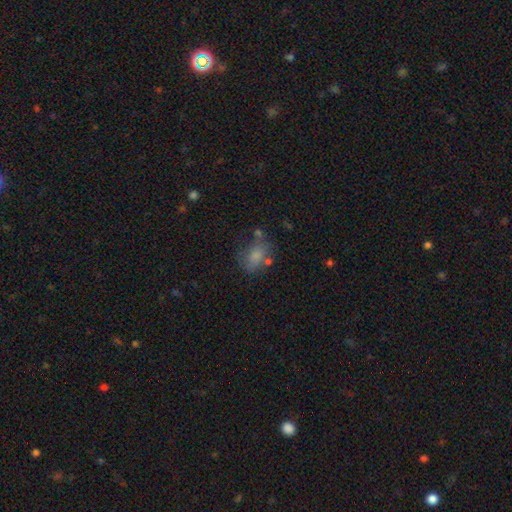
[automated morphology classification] Smooth or featured? smooth (74%)
How rounded? in between (78%)
Merging? none (53%)